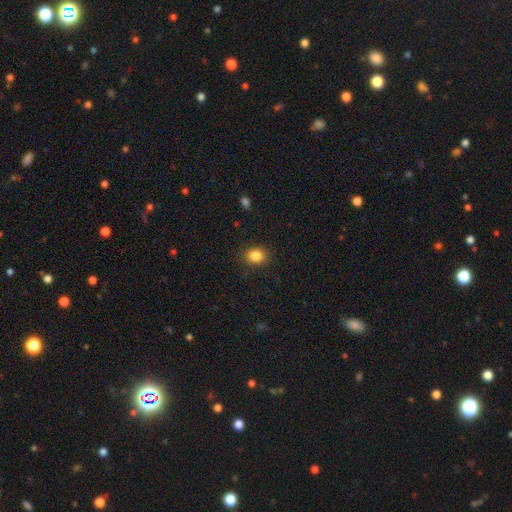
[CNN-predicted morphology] smooth_or_featured: smooth (p=0.84) [alt: star or artifact p=0.10]
how_rounded: round (p=0.53) [alt: in between p=0.47]
merging: none (p=0.88) [alt: minor disturbance p=0.09]